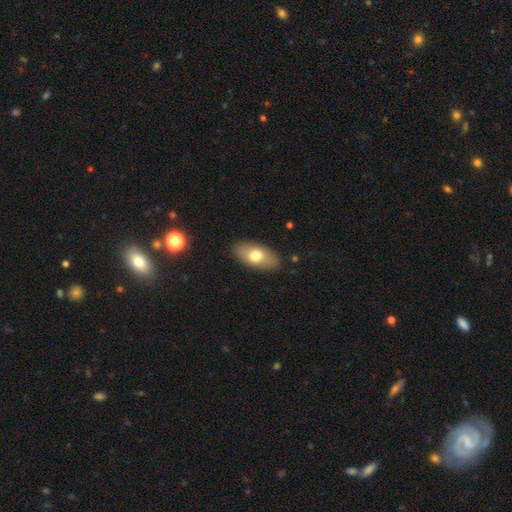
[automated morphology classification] Overall: smooth (70%). How rounded: in between (90%). Merging: none (87%).